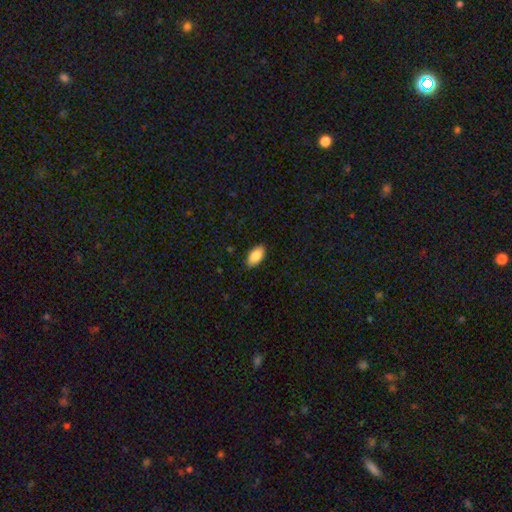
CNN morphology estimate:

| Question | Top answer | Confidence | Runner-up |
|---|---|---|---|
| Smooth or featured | smooth | 86% | featured or disk (8%) |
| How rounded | in between | 94% | cigar-shaped (3%) |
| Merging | none | 88% | minor disturbance (10%) |